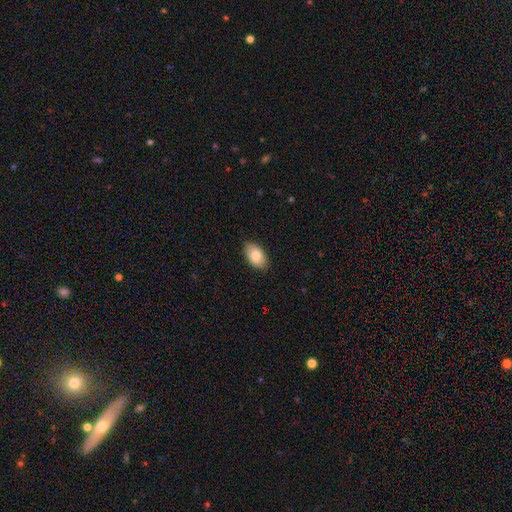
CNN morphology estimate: smooth_or_featured: smooth (p=0.84) [alt: featured or disk p=0.10]
how_rounded: in between (p=0.93) [alt: round p=0.05]
merging: none (p=0.87) [alt: minor disturbance p=0.11]